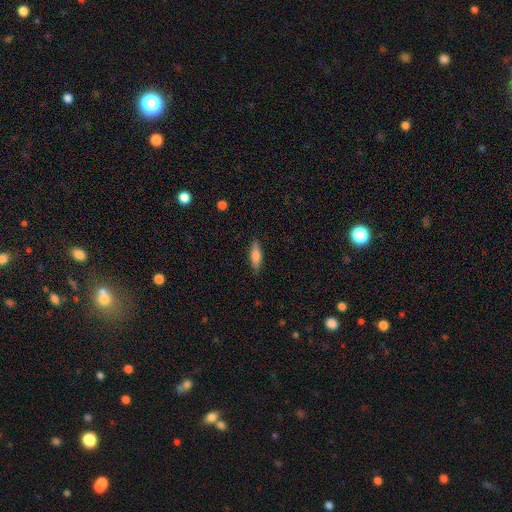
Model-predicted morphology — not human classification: A smooth galaxy with no disk features (78%) that is cigar-shaped (51%).

Vote fractions:
- Smooth or featured? smooth: 78% / featured or disk: 16% / star or artifact: 6%
- How rounded? cigar-shaped: 51% / in between: 47% / round: 2%
- Merging? none: 87% / minor disturbance: 10% / major disturbance: 2% / merger: 1%